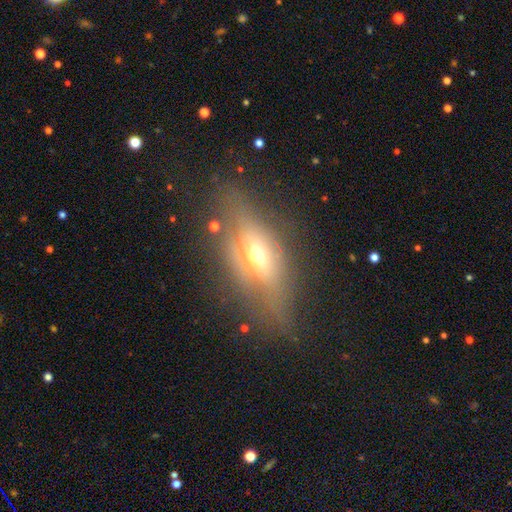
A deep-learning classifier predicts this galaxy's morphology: Smooth or featured?
  - featured or disk: 56% *
  - smooth: 33%
  - star or artifact: 11%
Edge-on disk?
  - yes: 66% *
  - no: 34%
Merging?
  - none: 61% *
  - minor disturbance: 23%
  - major disturbance: 14%
  - merger: 3%